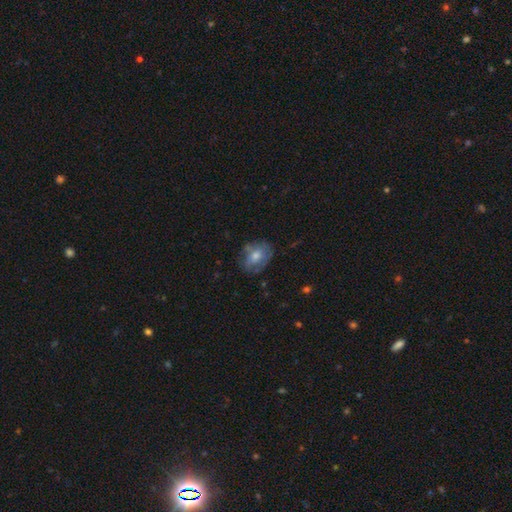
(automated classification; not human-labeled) The model was most divided on "smooth or featured": smooth: 56%, featured or disk: 36%, star or artifact: 8%. More confident: how rounded — in between (69%); merging — none (64%).